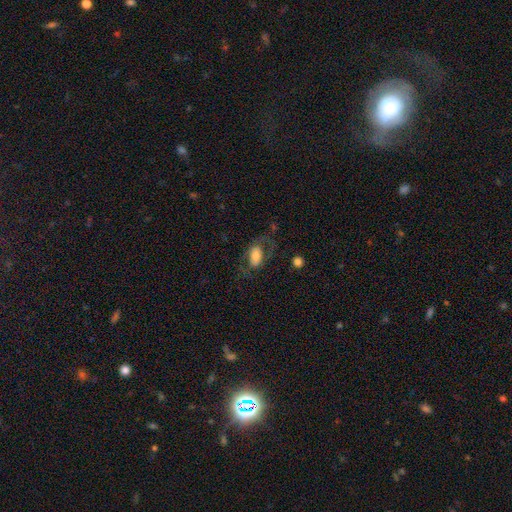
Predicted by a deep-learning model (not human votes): Smooth or featured: smooth — 58% (featured or disk — 35%)
How rounded: in between — 89% (round — 8%)
Merging: none — 53% (major disturbance — 26%)